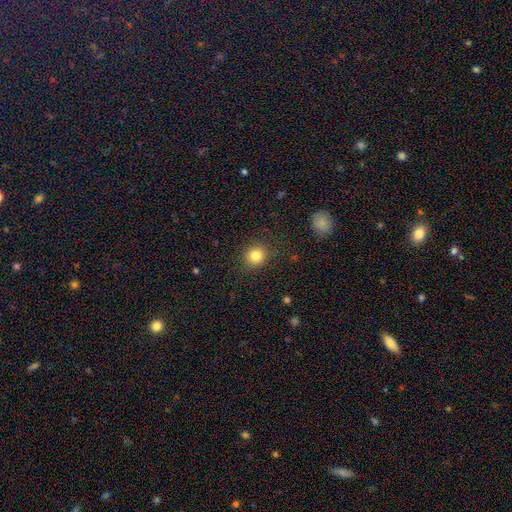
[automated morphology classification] smooth-or-featured: smooth: 83% | star or artifact: 11% | featured or disk: 6%
  how-rounded: round: 85% | in between: 14% | cigar-shaped: 1%
  merging: none: 88% | minor disturbance: 8% | major disturbance: 3% | merger: 1%